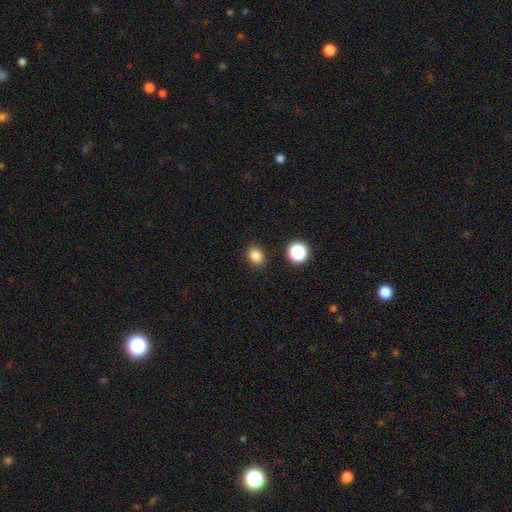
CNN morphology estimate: A smooth galaxy with no disk features (83%) that is round (57%). Merging: none (87%).